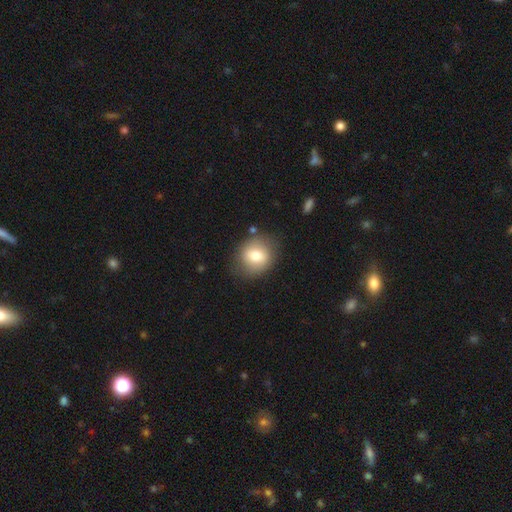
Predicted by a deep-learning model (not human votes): smooth_or_featured: smooth (p=0.74) [alt: featured or disk p=0.18]
how_rounded: round (p=0.70) [alt: in between p=0.29]
merging: none (p=0.79) [alt: minor disturbance p=0.14]